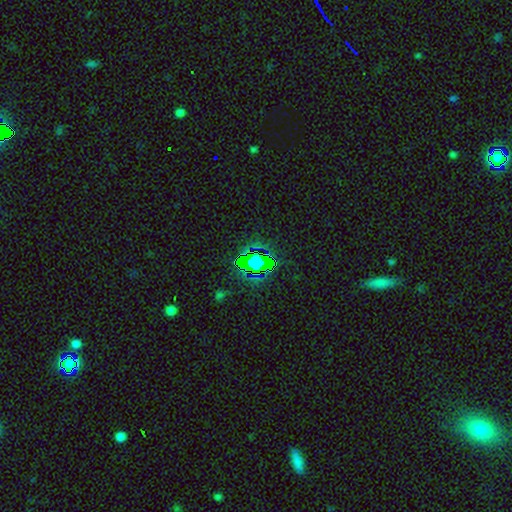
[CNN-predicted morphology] Q: Smooth or featured?
A: star or artifact (69%); runner-up: smooth (19%)